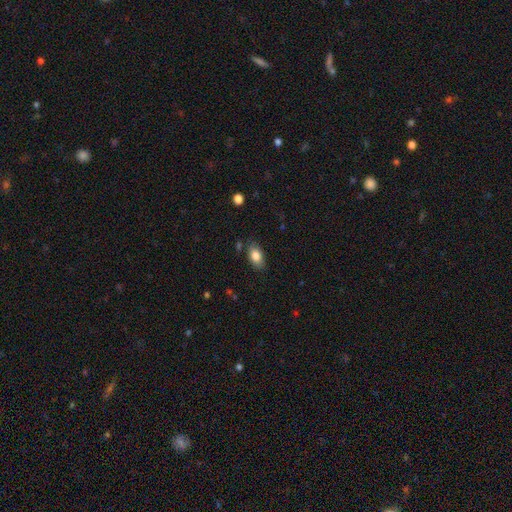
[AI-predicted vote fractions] A smooth galaxy with no disk features (82%) that is in between round and cigar-shaped (91%).

Vote fractions:
- Smooth or featured? smooth: 82% / featured or disk: 10% / star or artifact: 8%
- How rounded? in between: 91% / round: 7% / cigar-shaped: 3%
- Merging? none: 82% / minor disturbance: 13% / major disturbance: 3% / merger: 2%